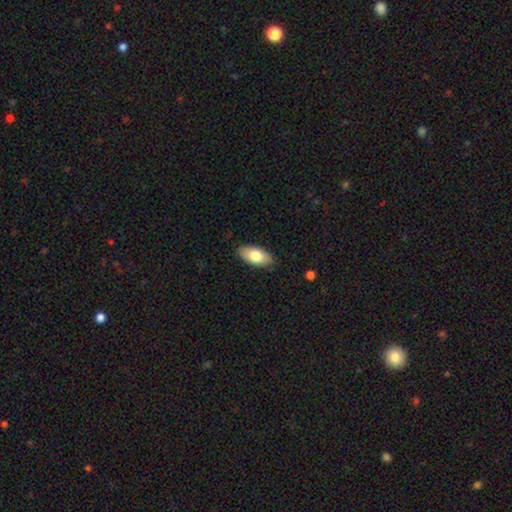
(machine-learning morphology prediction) A smooth galaxy with no disk features (78%) that is in between round and cigar-shaped (93%). Merging: none (87%).